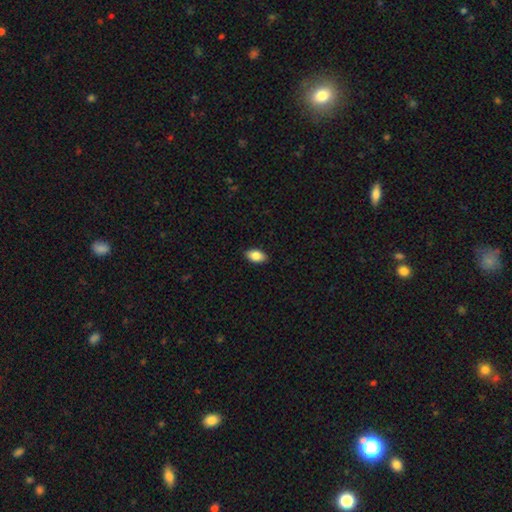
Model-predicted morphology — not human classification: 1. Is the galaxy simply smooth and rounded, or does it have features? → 85% smooth, 8% featured or disk, 7% star or artifact.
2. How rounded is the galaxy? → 92% in between, 5% round, 2% cigar-shaped.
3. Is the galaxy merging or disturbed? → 89% none, 8% minor disturbance, 2% major disturbance, 1% merger.